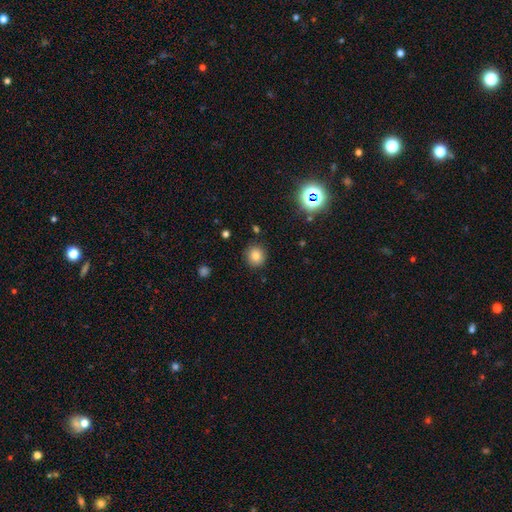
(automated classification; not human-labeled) smooth 82%, star or artifact 13%, featured or disk 6%. Down the decision tree: how rounded — round (89%); merging — none (89%).